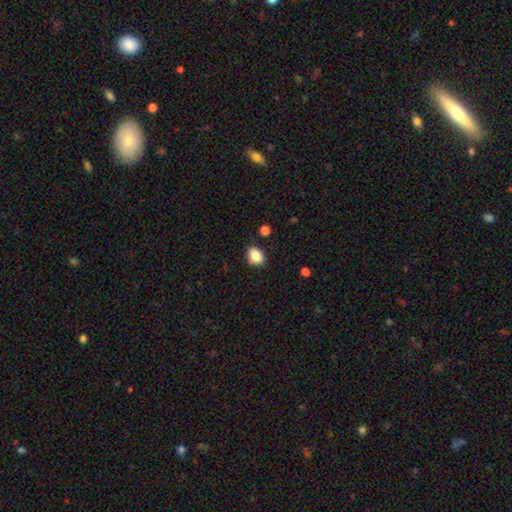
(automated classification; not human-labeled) smooth 85%, star or artifact 9%, featured or disk 6%. Down the decision tree: how rounded — in between (70%); merging — none (82%).